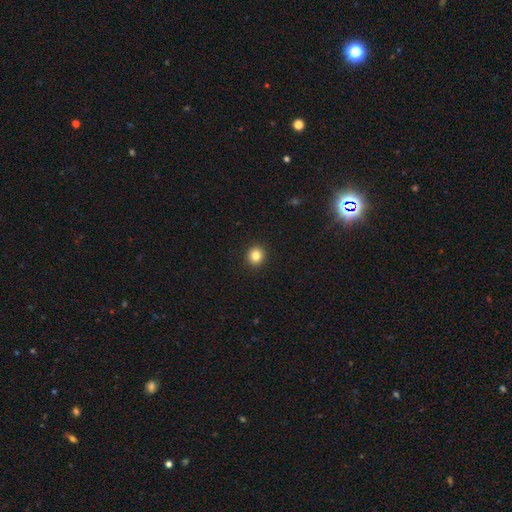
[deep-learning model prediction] Overall: smooth (83%). How rounded: round (89%). Merging: none (93%).